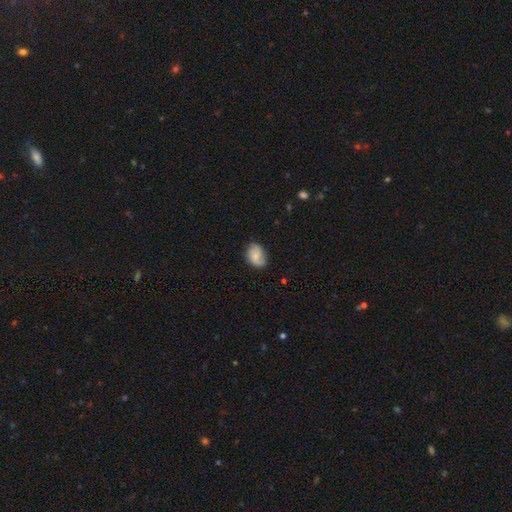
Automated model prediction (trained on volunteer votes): A smooth galaxy with no disk features (56%) that is in between round and cigar-shaped (68%). Merging: none (66%).